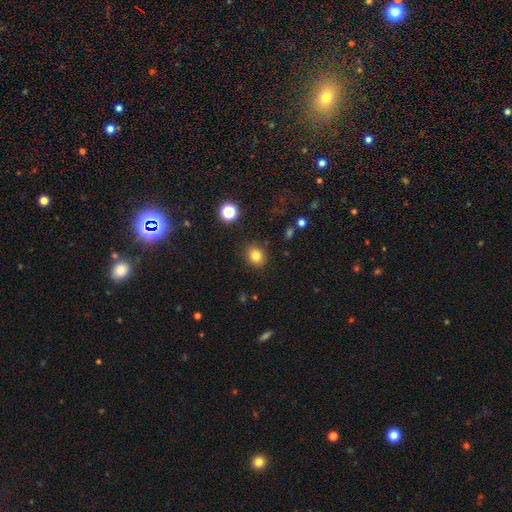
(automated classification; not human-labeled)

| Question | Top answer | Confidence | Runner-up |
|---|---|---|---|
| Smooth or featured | smooth | 81% | star or artifact (12%) |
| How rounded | round | 77% | in between (22%) |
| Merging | none | 88% | minor disturbance (8%) |